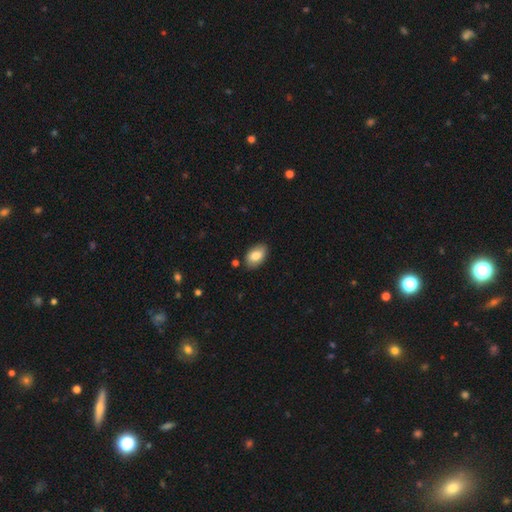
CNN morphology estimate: This appears to be a smooth galaxy with no disk features (81%) that is in between round and cigar-shaped (91%). Merging: none (83%).